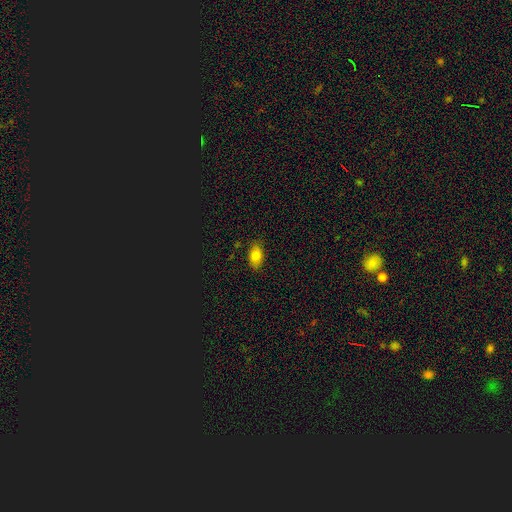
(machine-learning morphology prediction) Overall: smooth (81%). How rounded: in between (88%). Merging: none (85%).